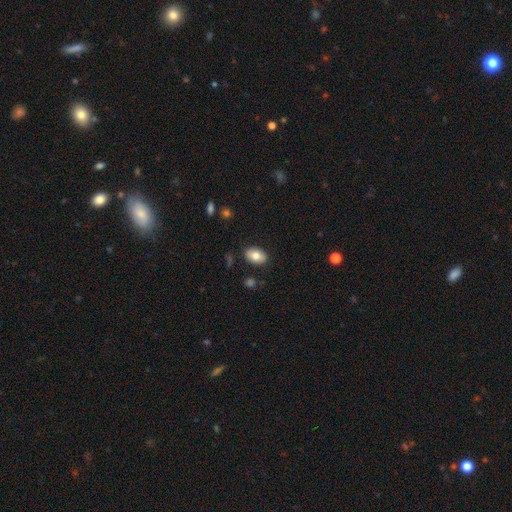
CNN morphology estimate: This is likely a smooth galaxy (79%). How rounded: clearly in between (87%). Merging: clearly none (87%).